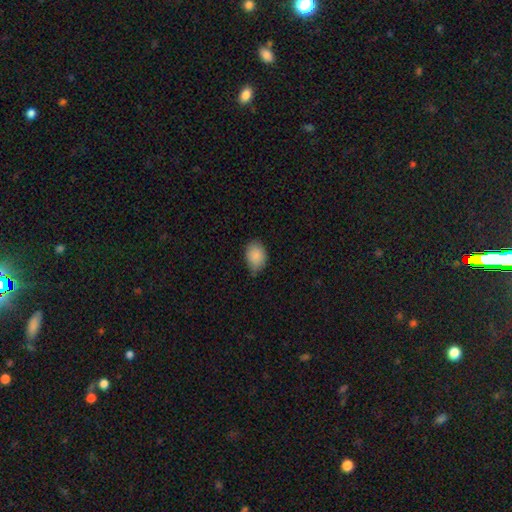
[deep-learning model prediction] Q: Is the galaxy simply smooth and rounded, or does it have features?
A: smooth — 88%.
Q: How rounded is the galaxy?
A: in between — 77%.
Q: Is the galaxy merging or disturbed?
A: none — 66%.